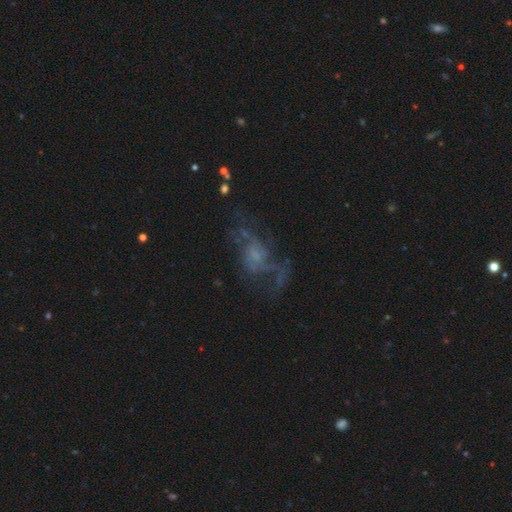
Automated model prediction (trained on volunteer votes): Smooth or featured? Predicted: featured or disk (p=0.64). Edge-on disk? Predicted: no (p=0.95). Bar? Predicted: no (p=0.75). Spiral arms? Predicted: yes (p=0.63). Bulge size? Predicted: small (p=0.44). Merging? Predicted: none (p=0.42).